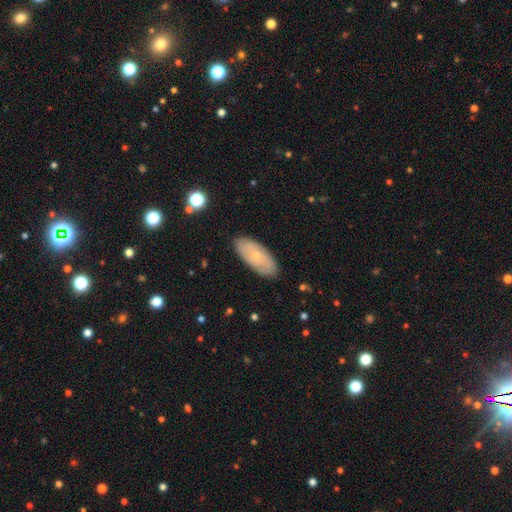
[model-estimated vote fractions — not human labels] A smooth galaxy with no disk features (60%) that is in between round and cigar-shaped (87%).

Vote fractions:
- Smooth or featured? smooth: 60% / featured or disk: 33% / star or artifact: 7%
- How rounded? in between: 87% / cigar-shaped: 11% / round: 3%
- Merging? none: 86% / minor disturbance: 10% / major disturbance: 2% / merger: 1%